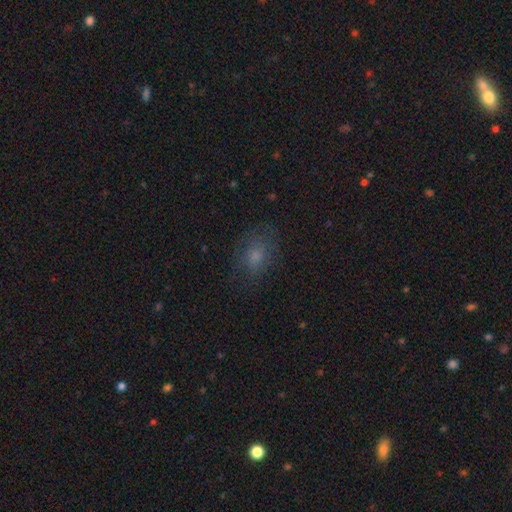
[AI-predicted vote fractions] Smooth or featured?
  - smooth: 65% *
  - featured or disk: 19%
  - star or artifact: 15%
How rounded?
  - in between: 65% *
  - round: 33%
  - cigar-shaped: 2%
Merging?
  - none: 70% *
  - minor disturbance: 19%
  - major disturbance: 10%
  - merger: 1%